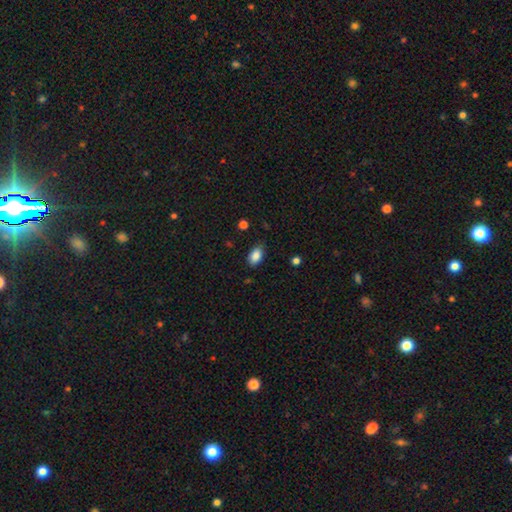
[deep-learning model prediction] A smooth galaxy with no disk features (87%) that is in between round and cigar-shaped (91%). Merging: none (80%).